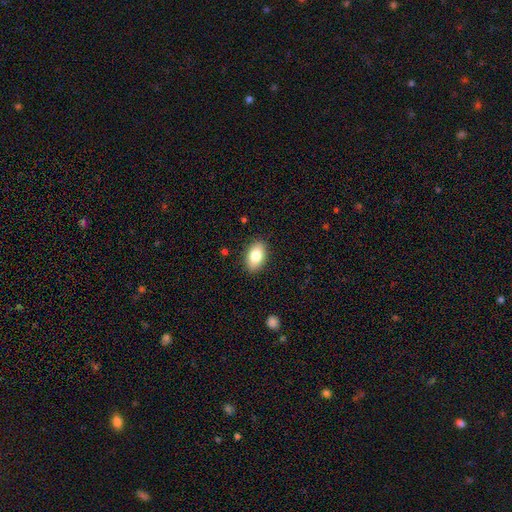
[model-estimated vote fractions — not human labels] Q: Smooth or featured?
A: smooth (81%); runner-up: featured or disk (12%)
Q: How rounded?
A: in between (91%); runner-up: round (8%)
Q: Merging?
A: none (88%); runner-up: minor disturbance (9%)